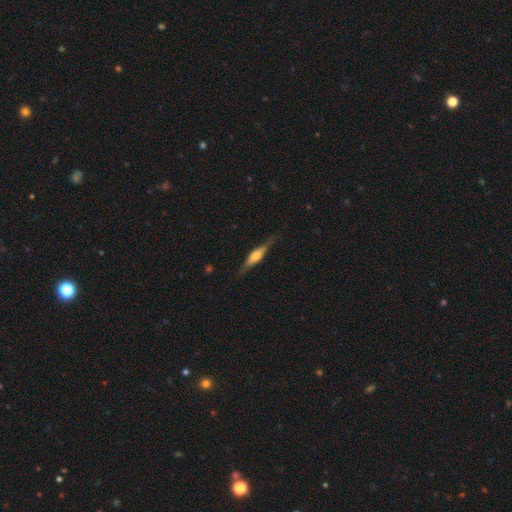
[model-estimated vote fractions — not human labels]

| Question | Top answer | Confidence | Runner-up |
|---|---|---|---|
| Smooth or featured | featured or disk | 59% | smooth (35%) |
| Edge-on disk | yes | 94% | no (6%) |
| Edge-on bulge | rounded | 78% | boxy (16%) |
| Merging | none | 82% | minor disturbance (14%) |